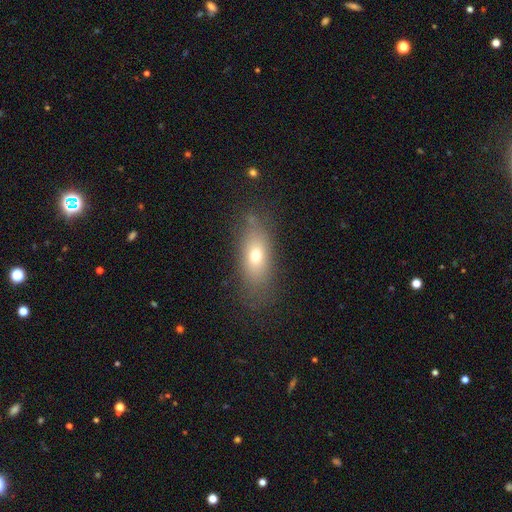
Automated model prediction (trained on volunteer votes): A smooth galaxy with no disk features (66%) that is in between round and cigar-shaped (70%).

Vote fractions:
- Smooth or featured? smooth: 66% / featured or disk: 23% / star or artifact: 11%
- How rounded? in between: 70% / cigar-shaped: 23% / round: 7%
- Merging? none: 76% / minor disturbance: 16% / major disturbance: 6% / merger: 2%